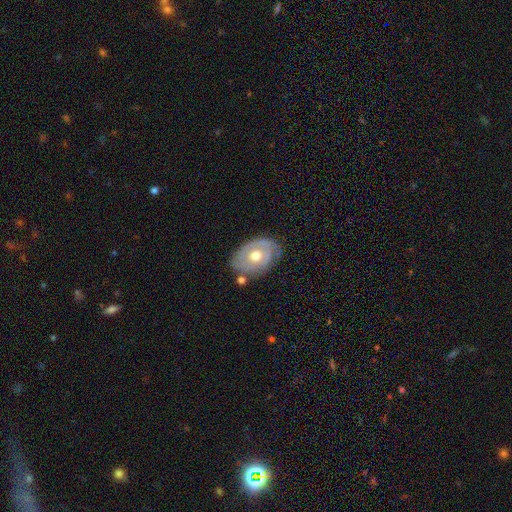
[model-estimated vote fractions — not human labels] Smooth or featured? featured or disk (62%)
Edge-on disk? no (93%)
Bar? no (84%)
Spiral arms? no (50%, tied with yes)
Bulge size? moderate (78%)
Merging? none (65%)